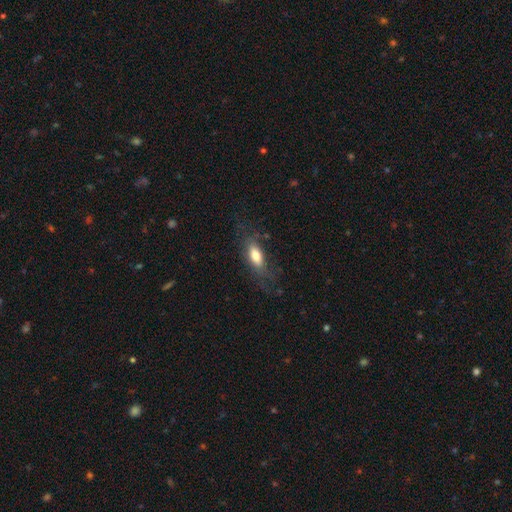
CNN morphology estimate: smooth 71%, featured or disk 22%, star or artifact 7%. Down the decision tree: how rounded — in between (76%); merging — none (62%).